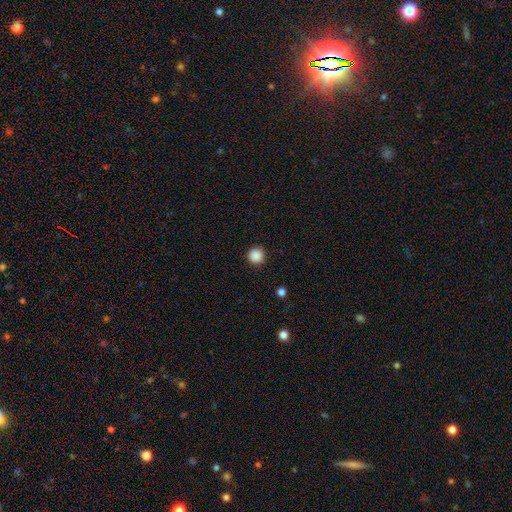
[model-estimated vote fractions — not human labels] smooth 88%, star or artifact 10%, featured or disk 2%. Down the decision tree: how rounded — round (96%); merging — none (92%).